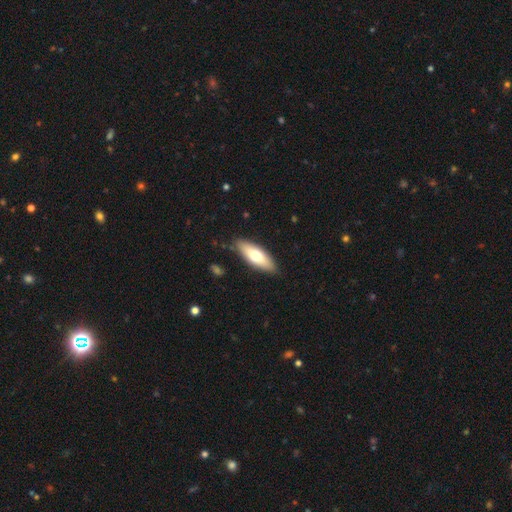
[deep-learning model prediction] Smooth or featured?
  - smooth: 65% *
  - featured or disk: 30%
  - star or artifact: 6%
How rounded?
  - in between: 60% *
  - cigar-shaped: 38%
  - round: 2%
Merging?
  - none: 86% *
  - minor disturbance: 10%
  - major disturbance: 2%
  - merger: 1%